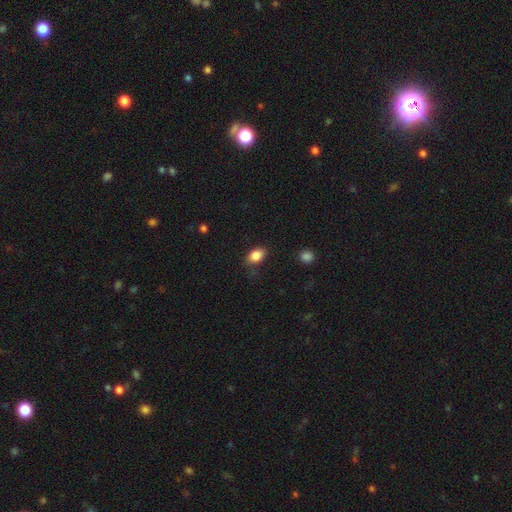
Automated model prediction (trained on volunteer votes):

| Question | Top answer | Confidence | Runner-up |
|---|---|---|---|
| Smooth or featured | smooth | 86% | star or artifact (9%) |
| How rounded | in between | 82% | round (17%) |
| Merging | none | 75% | minor disturbance (19%) |